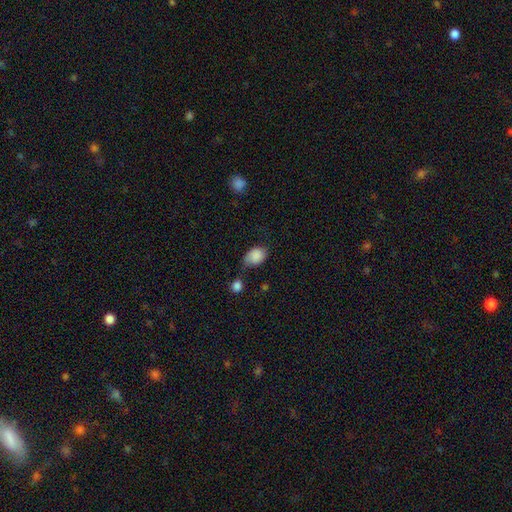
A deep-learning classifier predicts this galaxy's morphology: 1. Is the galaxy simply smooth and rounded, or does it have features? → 82% smooth, 10% featured or disk, 8% star or artifact.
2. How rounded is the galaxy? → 73% in between, 26% round, 1% cigar-shaped.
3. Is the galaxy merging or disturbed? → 41% none, 34% minor disturbance, 14% major disturbance, 11% merger.